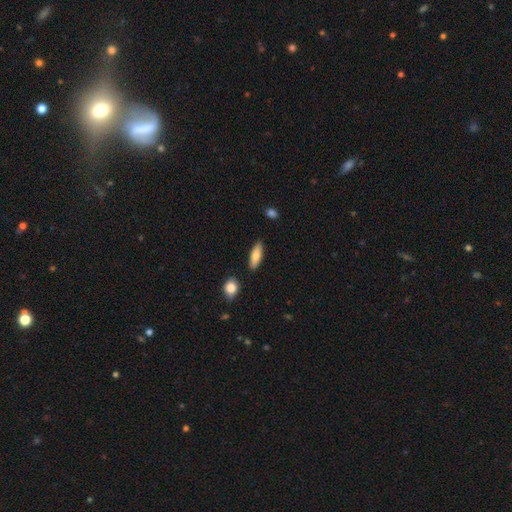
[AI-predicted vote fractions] Smooth or featured: smooth — 78% (featured or disk — 16%)
How rounded: in between — 63% (cigar-shaped — 35%)
Merging: none — 86% (minor disturbance — 9%)